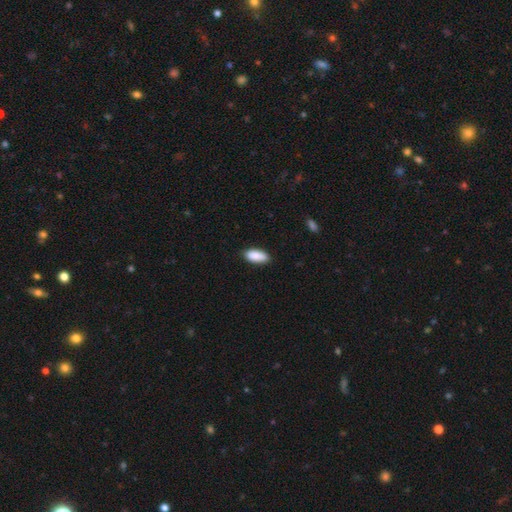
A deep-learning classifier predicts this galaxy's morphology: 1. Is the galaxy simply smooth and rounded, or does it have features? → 90% smooth, 6% star or artifact, 4% featured or disk.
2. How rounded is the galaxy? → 86% in between, 12% cigar-shaped, 2% round.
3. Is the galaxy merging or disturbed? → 84% none, 13% minor disturbance, 2% major disturbance, 1% merger.